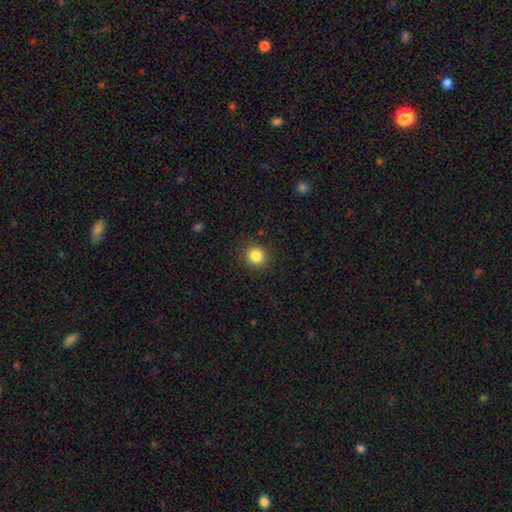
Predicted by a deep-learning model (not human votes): This is clearly a smooth galaxy (85%). How rounded: clearly round (88%). Merging: clearly none (89%).